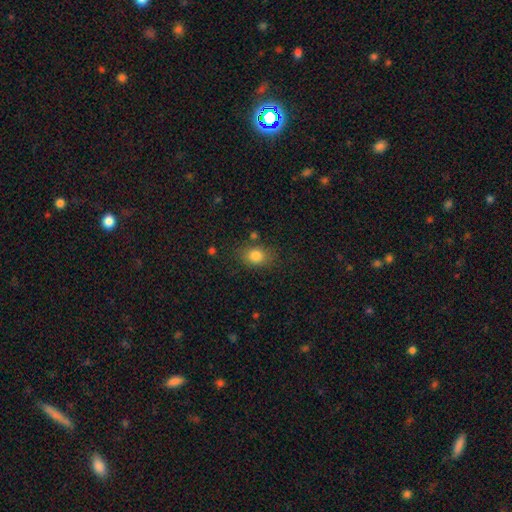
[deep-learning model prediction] This is clearly a smooth galaxy (82%). How rounded: possibly in between (59%). Merging: likely none (77%).